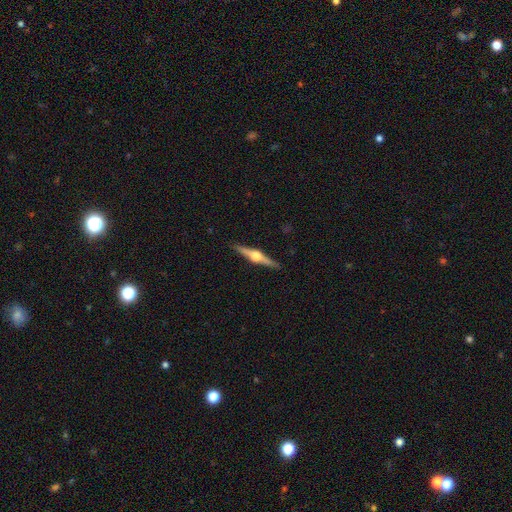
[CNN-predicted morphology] Q: Smooth or featured?
A: featured or disk (81%); runner-up: smooth (14%)
Q: Edge-on disk?
A: yes (98%); runner-up: no (2%)
Q: Edge-on bulge?
A: rounded (95%); runner-up: boxy (3%)
Q: Merging?
A: none (91%); runner-up: minor disturbance (6%)